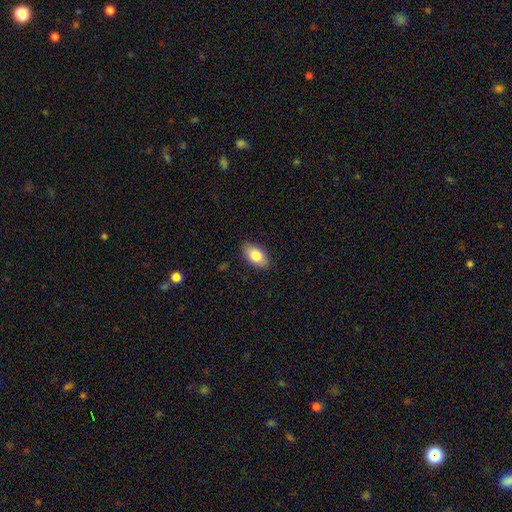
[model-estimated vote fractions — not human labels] A smooth galaxy with no disk features (82%) that is in between round and cigar-shaped (92%). Merging: none (87%).